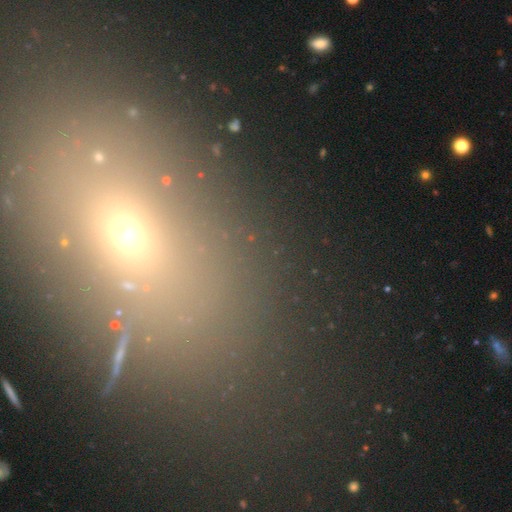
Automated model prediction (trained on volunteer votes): smooth 47%, star or artifact 38%, featured or disk 15%. Down the decision tree: merging — none (77%).